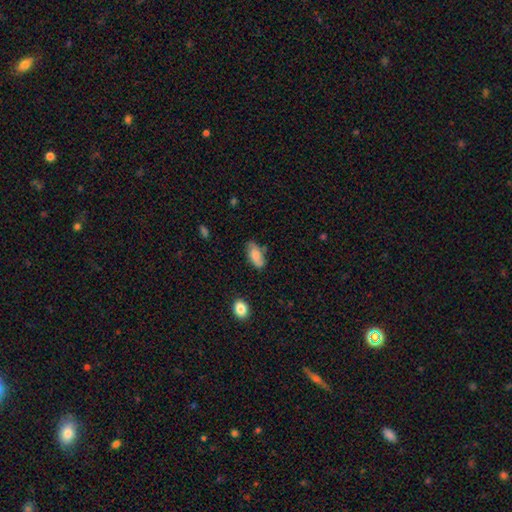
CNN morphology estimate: Smooth or featured?
  - smooth: 74% *
  - featured or disk: 18%
  - star or artifact: 8%
How rounded?
  - in between: 90% *
  - cigar-shaped: 6%
  - round: 3%
Merging?
  - none: 65% *
  - minor disturbance: 26%
  - major disturbance: 6%
  - merger: 3%